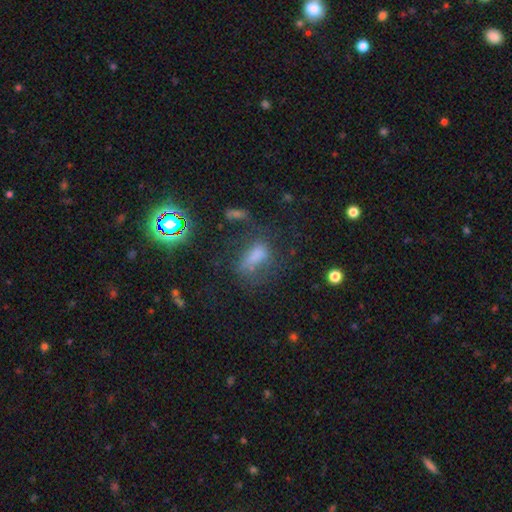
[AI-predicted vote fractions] smooth 49%, star or artifact 27%, featured or disk 24%. Down the decision tree: merging — none (43%).